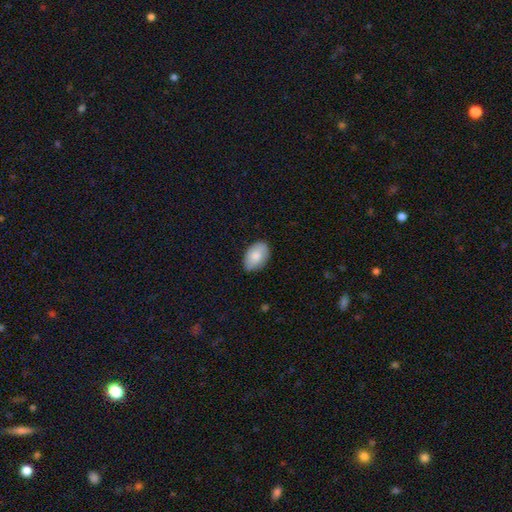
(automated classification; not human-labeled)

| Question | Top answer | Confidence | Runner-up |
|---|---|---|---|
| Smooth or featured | smooth | 82% | featured or disk (12%) |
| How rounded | in between | 91% | round (8%) |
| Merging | none | 78% | minor disturbance (18%) |